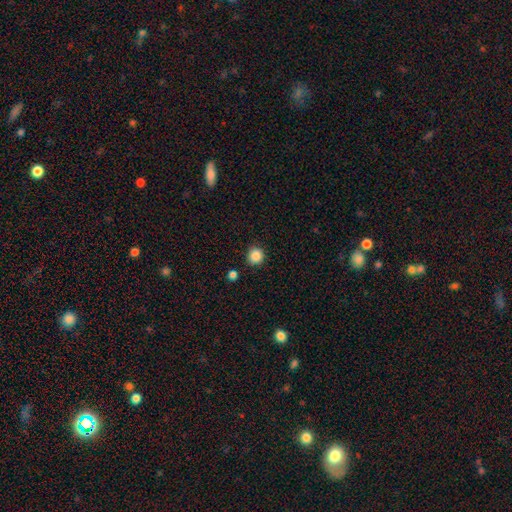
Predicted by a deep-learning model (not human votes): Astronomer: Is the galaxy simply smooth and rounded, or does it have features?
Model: smooth — 87%.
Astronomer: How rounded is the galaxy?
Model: round — 92%.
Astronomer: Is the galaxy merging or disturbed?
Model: none — 88%.